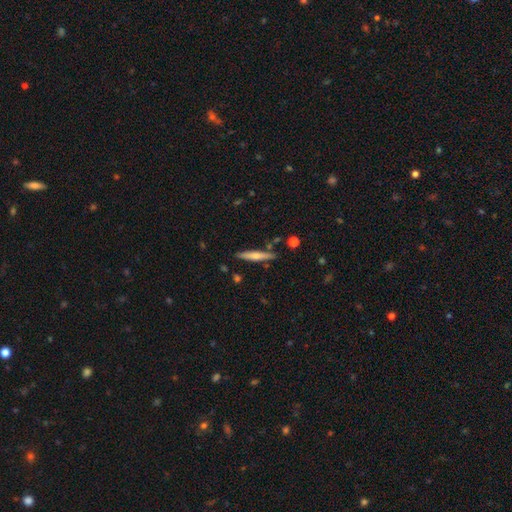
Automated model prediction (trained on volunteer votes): Smooth or featured? smooth (53%)
How rounded? cigar-shaped (92%)
Merging? none (86%)